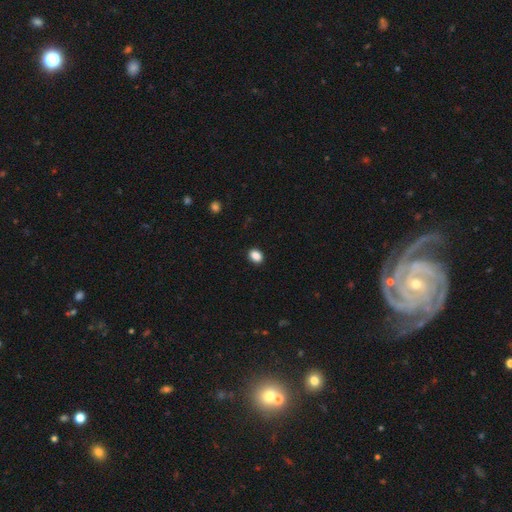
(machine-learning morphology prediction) Smooth or featured? smooth (88%)
How rounded? in between (68%)
Merging? none (90%)